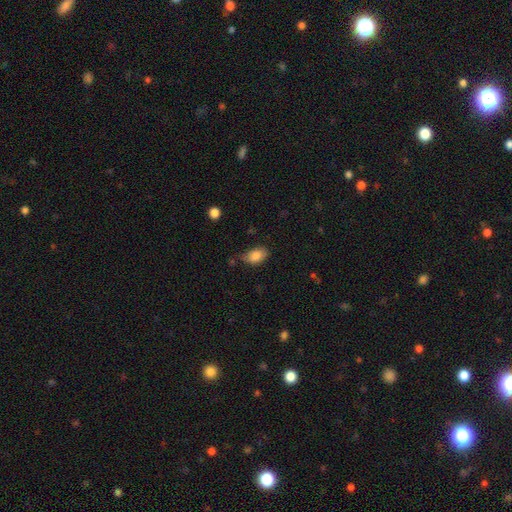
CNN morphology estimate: Smooth or featured?
  - smooth: 85% *
  - star or artifact: 8%
  - featured or disk: 7%
How rounded?
  - in between: 88% *
  - round: 11%
  - cigar-shaped: 2%
Merging?
  - none: 67% *
  - minor disturbance: 25%
  - major disturbance: 5%
  - merger: 3%